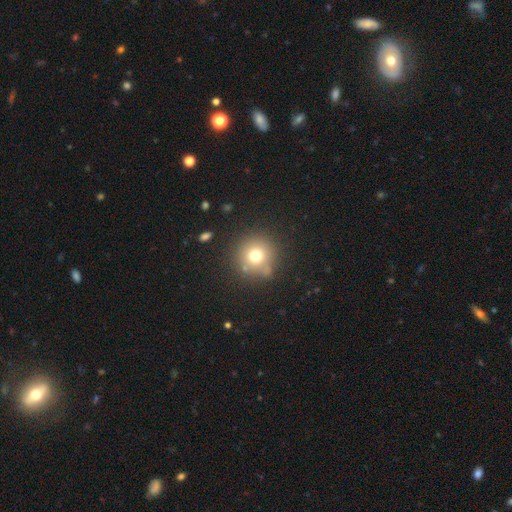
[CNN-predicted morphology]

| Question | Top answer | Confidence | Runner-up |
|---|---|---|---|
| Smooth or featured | smooth | 71% | star or artifact (16%) |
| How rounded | round | 94% | in between (6%) |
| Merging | none | 80% | minor disturbance (11%) |